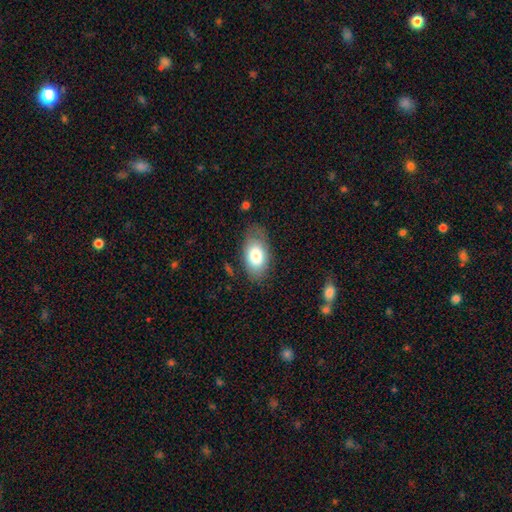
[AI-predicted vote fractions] A smooth galaxy with no disk features (78%) that is in between round and cigar-shaped (93%). Merging: none (72%).